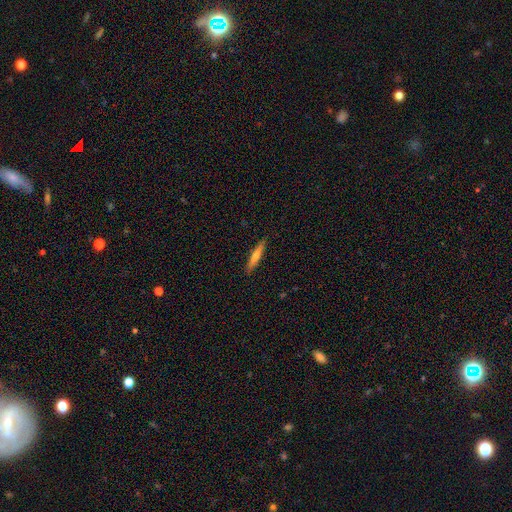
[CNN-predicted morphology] Q: Smooth or featured?
A: featured or disk (47%); tied with: smooth (47%)
Q: Merging?
A: none (91%); runner-up: minor disturbance (7%)